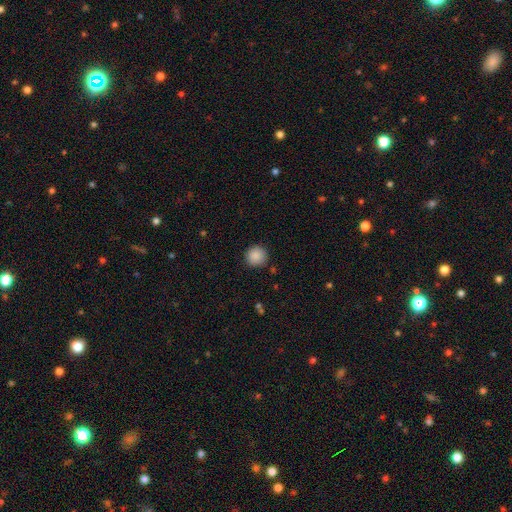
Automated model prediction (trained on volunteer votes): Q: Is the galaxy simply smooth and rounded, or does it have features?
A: smooth — 88%.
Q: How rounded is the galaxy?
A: round — 94%.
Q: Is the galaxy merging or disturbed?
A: none — 90%.